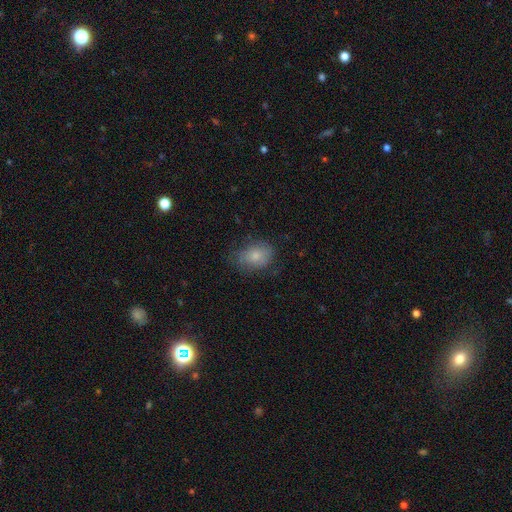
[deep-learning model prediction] Smooth or featured?
  - smooth: 77% *
  - featured or disk: 15%
  - star or artifact: 9%
How rounded?
  - in between: 63% *
  - round: 35%
  - cigar-shaped: 1%
Merging?
  - none: 65% *
  - minor disturbance: 25%
  - major disturbance: 9%
  - merger: 1%